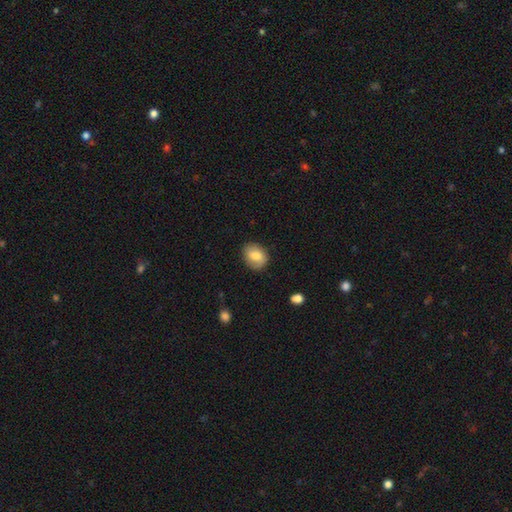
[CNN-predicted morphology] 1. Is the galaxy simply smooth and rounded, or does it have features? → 77% smooth, 15% featured or disk, 8% star or artifact.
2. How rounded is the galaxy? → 50% in between, 49% round, 1% cigar-shaped.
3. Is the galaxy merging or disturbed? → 79% none, 16% minor disturbance, 4% major disturbance, 1% merger.